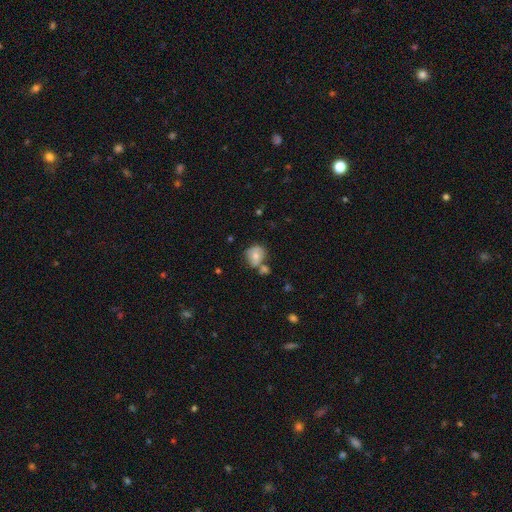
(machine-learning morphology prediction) Smooth or featured? Predicted: smooth (p=0.61). How rounded? Predicted: round (p=0.73). Merging? Predicted: none (p=0.51).